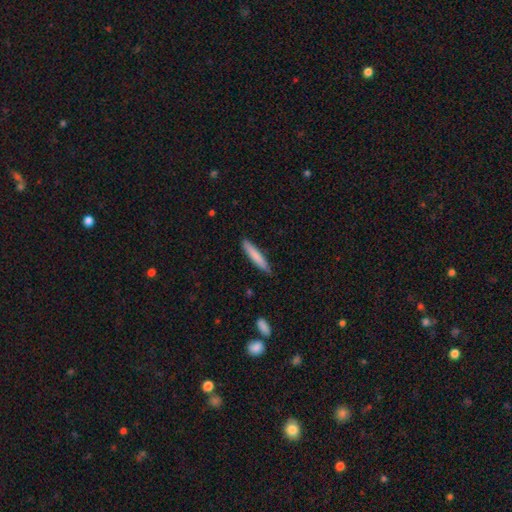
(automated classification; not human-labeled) This is likely a smooth galaxy (80%). How rounded: clearly cigar-shaped (91%). Merging: clearly none (86%).